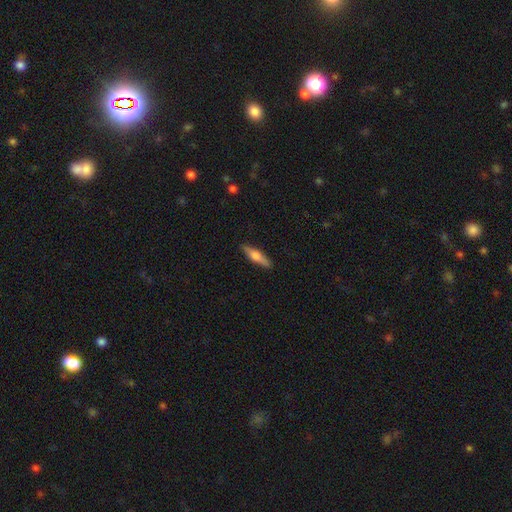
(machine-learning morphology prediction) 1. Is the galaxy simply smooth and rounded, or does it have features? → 56% smooth, 38% featured or disk, 6% star or artifact.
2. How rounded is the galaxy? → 76% cigar-shaped, 21% in between, 2% round.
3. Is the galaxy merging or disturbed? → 88% none, 9% minor disturbance, 2% major disturbance, 1% merger.